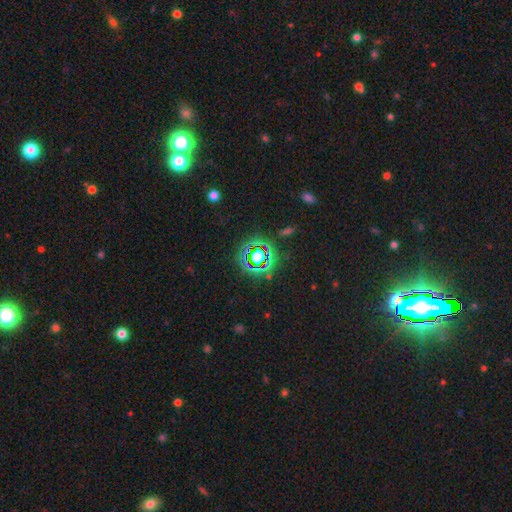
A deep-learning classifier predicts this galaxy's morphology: A star or artifact, not a galaxy (77%).